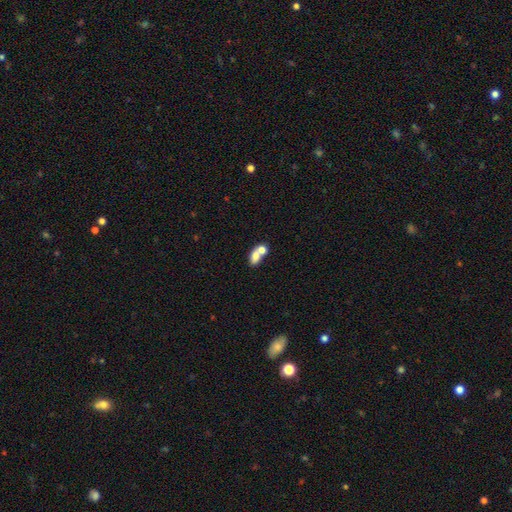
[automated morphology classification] Smooth or featured?
  - smooth: 71% *
  - featured or disk: 18%
  - star or artifact: 10%
How rounded?
  - in between: 76% *
  - round: 21%
  - cigar-shaped: 3%
Merging?
  - merger: 63% *
  - none: 26%
  - minor disturbance: 7%
  - major disturbance: 5%